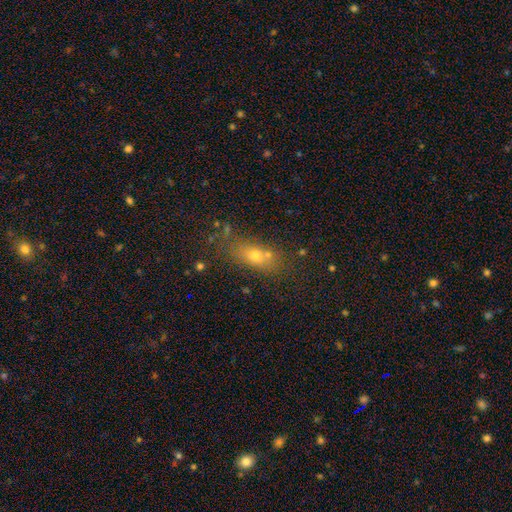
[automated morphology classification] This appears to be a smooth galaxy with no disk features (66%) that is in between round and cigar-shaped (66%). Merging: none (62%).